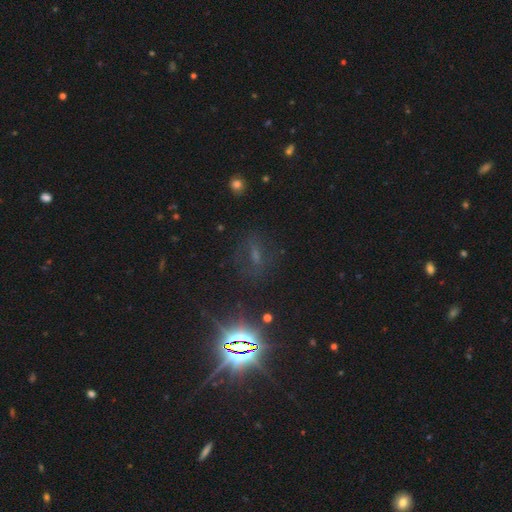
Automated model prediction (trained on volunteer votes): smooth-or-featured: star or artifact: 54% | featured or disk: 25% | smooth: 21%